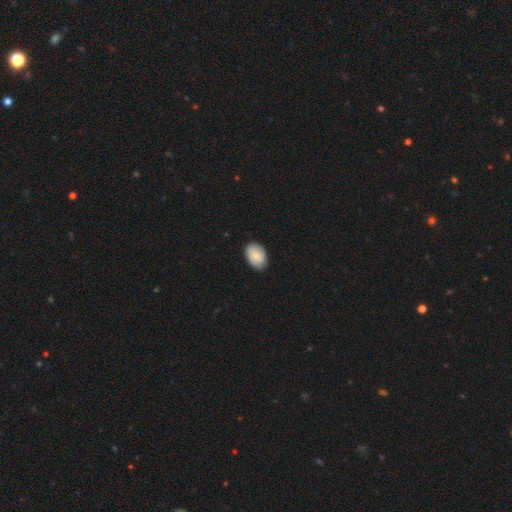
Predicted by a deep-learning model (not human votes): A smooth galaxy with no disk features (85%) that is in between round and cigar-shaped (88%). Merging: none (85%).